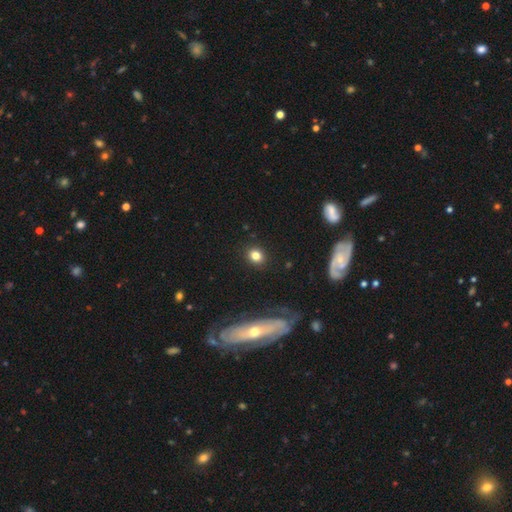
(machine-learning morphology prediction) smooth 81%, star or artifact 12%, featured or disk 7%. Down the decision tree: how rounded — round (73%); merging — none (90%).